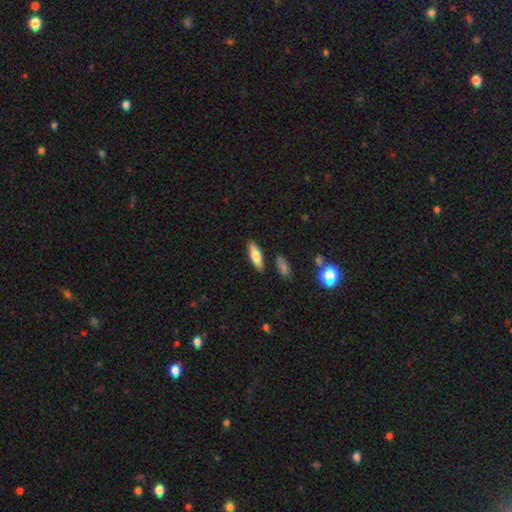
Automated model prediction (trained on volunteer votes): A smooth galaxy with no disk features (67%) that is in between round and cigar-shaped (54%). Merging: none (85%).